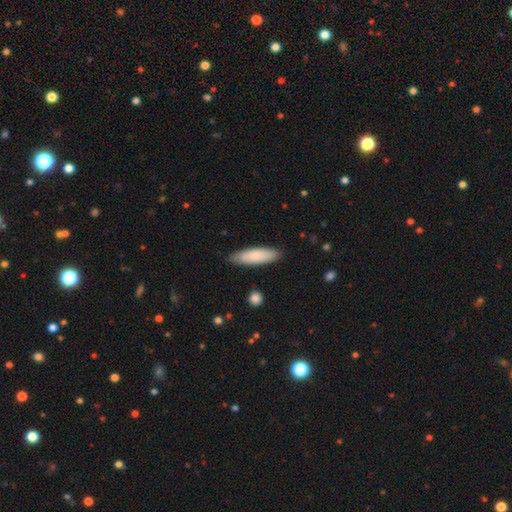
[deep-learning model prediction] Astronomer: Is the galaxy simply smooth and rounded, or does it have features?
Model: smooth — 80%.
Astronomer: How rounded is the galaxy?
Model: cigar-shaped — 56% (runner-up: in between, 43%).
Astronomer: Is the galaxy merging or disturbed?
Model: none — 86%.